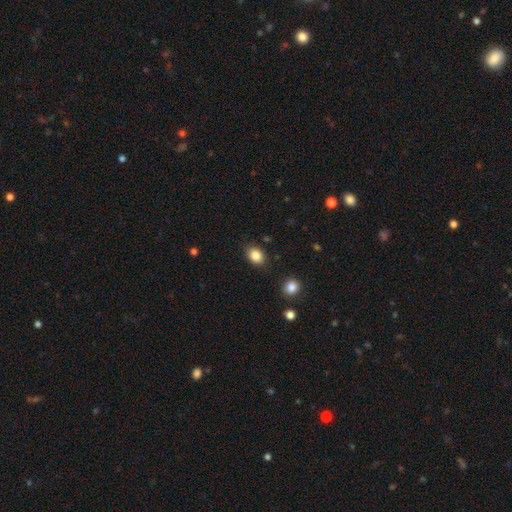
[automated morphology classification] The model was most divided on "how rounded": in between: 68%, round: 31%, cigar-shaped: 1%. More confident: smooth or featured — smooth (86%); merging — none (86%).